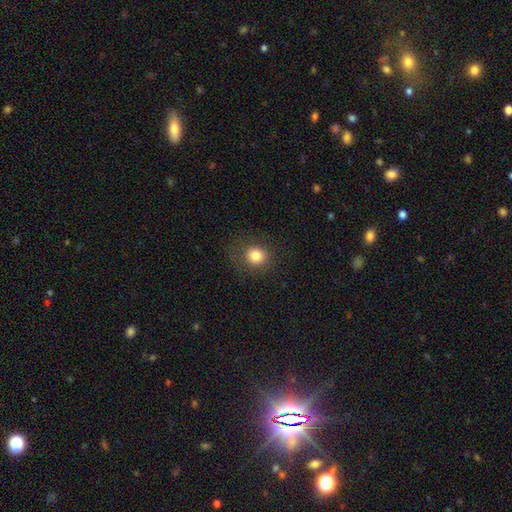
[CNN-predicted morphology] smooth-or-featured: smooth: 82% | star or artifact: 11% | featured or disk: 6%
  how-rounded: round: 86% | in between: 13% | cigar-shaped: 1%
  merging: none: 82% | minor disturbance: 11% | major disturbance: 5% | merger: 1%